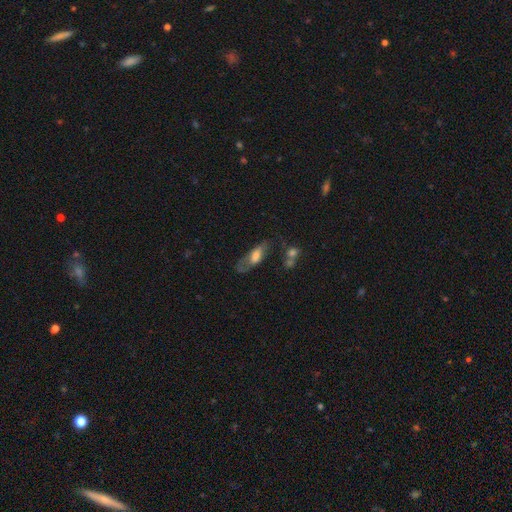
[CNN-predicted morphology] A smooth galaxy with no disk features (52%) that is in between round and cigar-shaped (67%).

Vote fractions:
- Smooth or featured? smooth: 52% / featured or disk: 39% / star or artifact: 8%
- How rounded? in between: 67% / cigar-shaped: 29% / round: 3%
- Merging? none: 43% / major disturbance: 26% / minor disturbance: 24% / merger: 8%